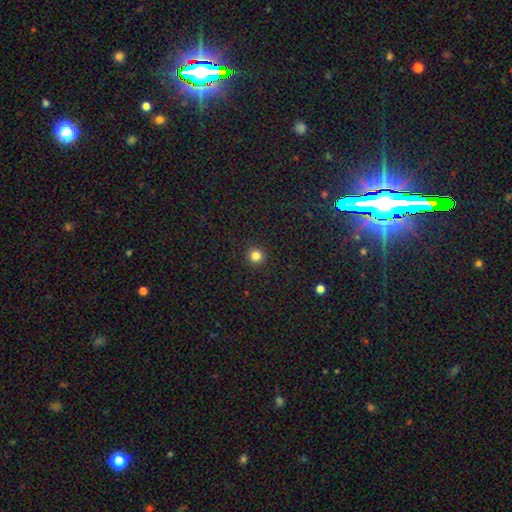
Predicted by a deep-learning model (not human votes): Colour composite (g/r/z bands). It shows a smooth galaxy with no disk features (83%) that is round (94%). Merging: none (93%).